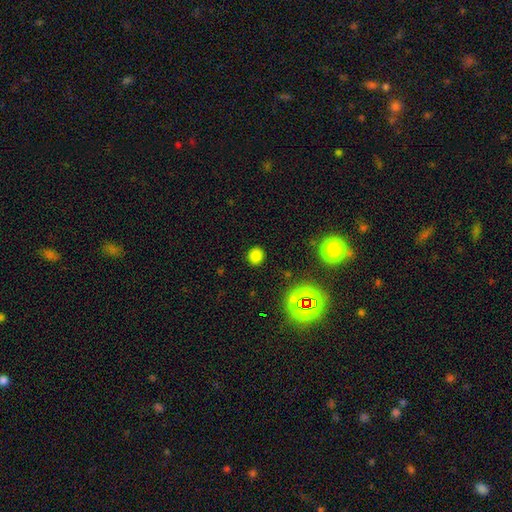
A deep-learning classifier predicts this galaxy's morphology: The model was most divided on "smooth or featured": smooth: 76%, star or artifact: 20%, featured or disk: 4%. More confident: merging — none (88%); how rounded — round (79%).